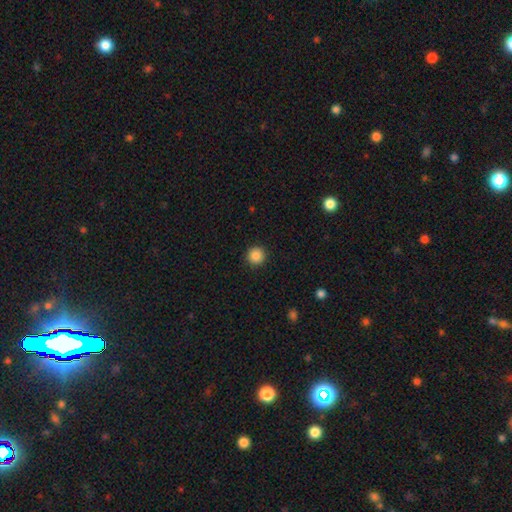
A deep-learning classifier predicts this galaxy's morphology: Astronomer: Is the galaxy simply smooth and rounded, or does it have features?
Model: smooth — 87%.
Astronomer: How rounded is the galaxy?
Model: round — 96%.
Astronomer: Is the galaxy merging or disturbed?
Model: none — 92%.